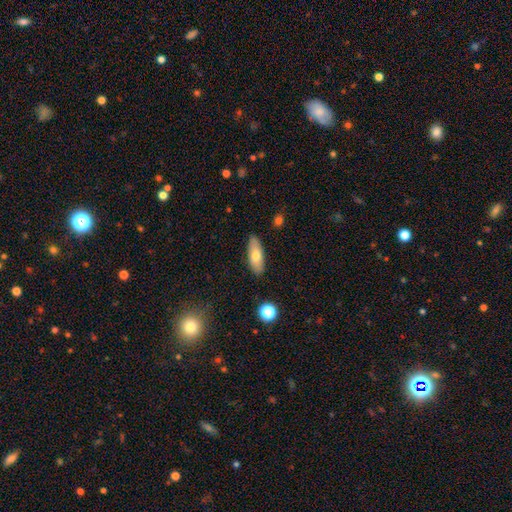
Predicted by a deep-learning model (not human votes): This appears to be a smooth galaxy with no disk features (70%) that is in between round and cigar-shaped (71%). Merging: none (87%).